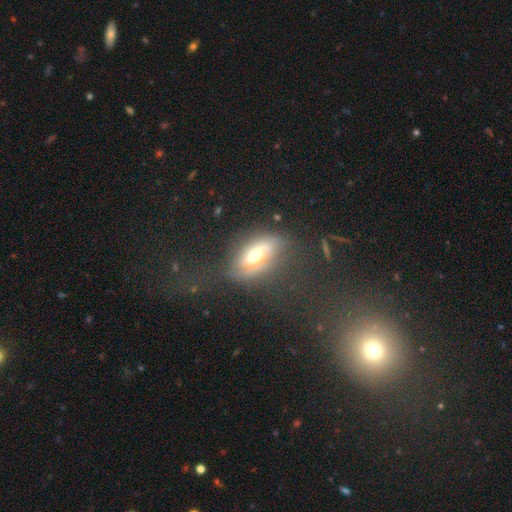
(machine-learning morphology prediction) The model was most divided on "smooth or featured": featured or disk: 57%, smooth: 30%, star or artifact: 13%. More confident: edge-on disk — no (77%); merging — none (53%).